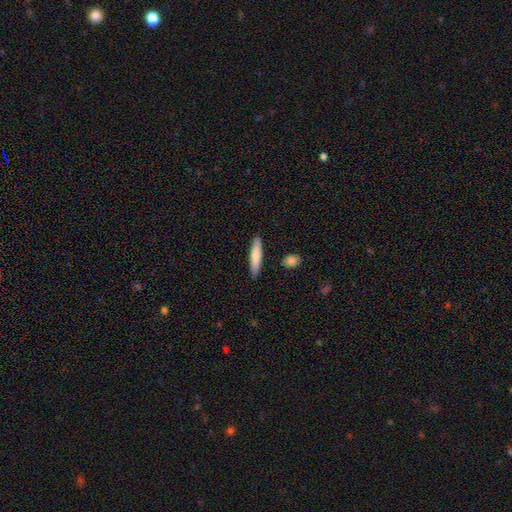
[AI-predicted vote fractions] smooth-or-featured: smooth: 76% | featured or disk: 19% | star or artifact: 5%
  how-rounded: cigar-shaped: 85% | in between: 14% | round: 1%
  merging: none: 88% | minor disturbance: 8% | merger: 2% | major disturbance: 2%